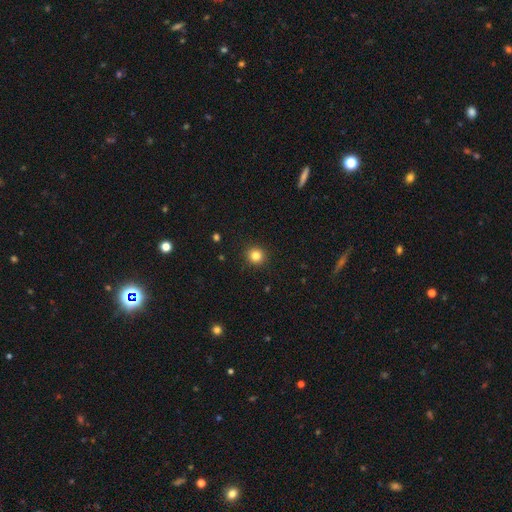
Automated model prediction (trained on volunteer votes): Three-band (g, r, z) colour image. It shows a smooth galaxy with no disk features (83%) that is round (94%). Merging: none (92%).